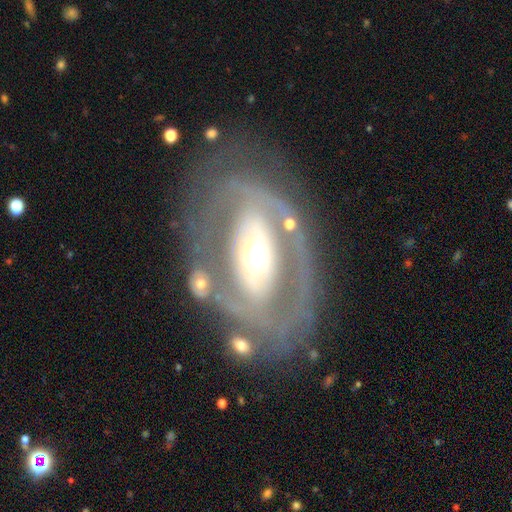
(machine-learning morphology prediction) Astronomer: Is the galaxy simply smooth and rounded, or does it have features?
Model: featured or disk — 78%.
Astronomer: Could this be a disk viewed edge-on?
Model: no — 93%.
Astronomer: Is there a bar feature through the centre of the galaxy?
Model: no — 47% (runner-up: strong, 30%).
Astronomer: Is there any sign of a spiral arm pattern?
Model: yes — 55% (runner-up: no, 45%).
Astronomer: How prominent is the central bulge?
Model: moderate — 60%.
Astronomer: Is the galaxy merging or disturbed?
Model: none — 59%.